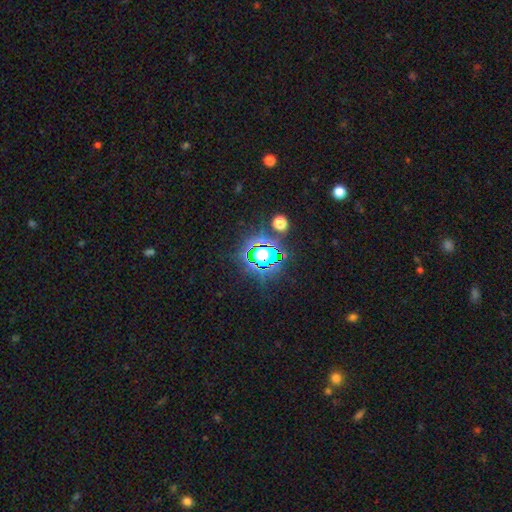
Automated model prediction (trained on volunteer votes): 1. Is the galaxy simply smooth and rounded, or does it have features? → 76% star or artifact, 15% smooth, 9% featured or disk.